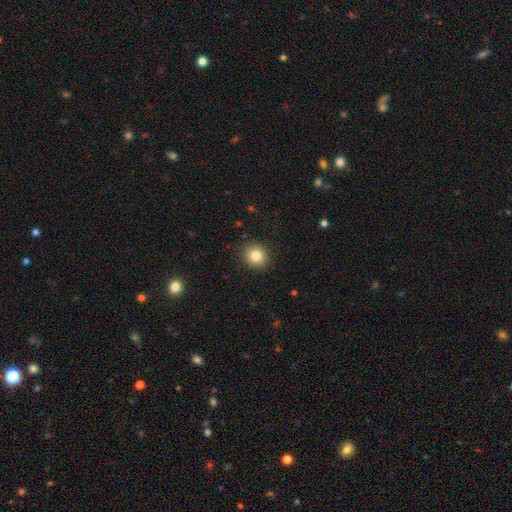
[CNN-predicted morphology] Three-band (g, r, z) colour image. It shows a smooth galaxy with no disk features (82%) that is round (86%). Merging: none (91%).